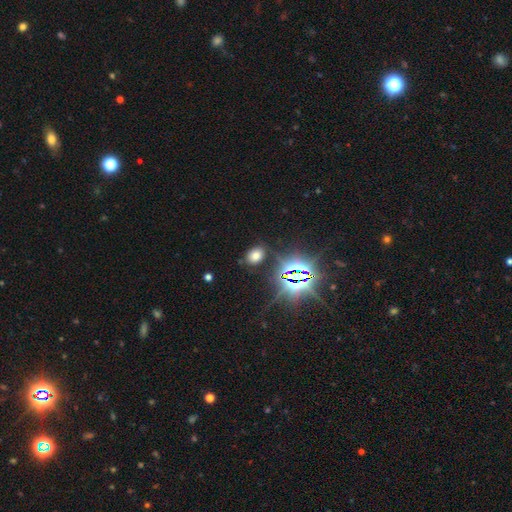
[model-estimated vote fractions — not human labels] Q: Smooth or featured?
A: smooth (61%); runner-up: star or artifact (32%)
Q: How rounded?
A: in between (76%); runner-up: round (23%)
Q: Merging?
A: none (85%); runner-up: minor disturbance (9%)